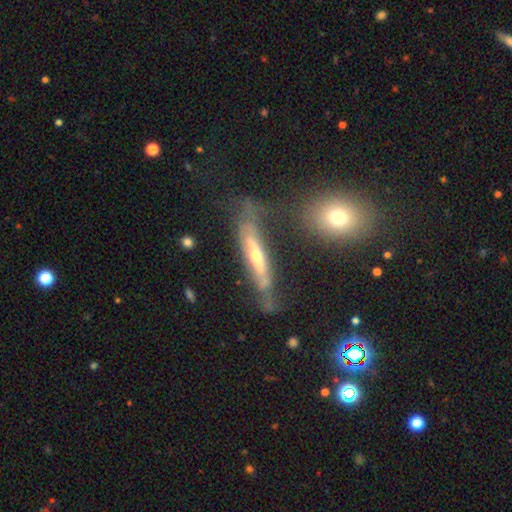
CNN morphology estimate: Smooth or featured? Predicted: featured or disk (p=0.69). Edge-on disk? Predicted: yes (p=0.73). Edge-on bulge? Predicted: rounded (p=0.67). Merging? Predicted: none (p=0.53).